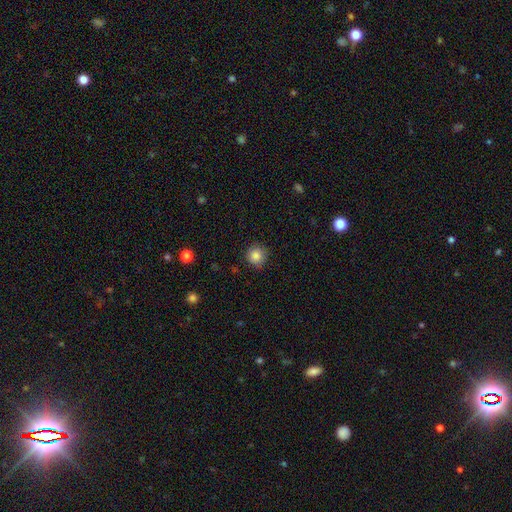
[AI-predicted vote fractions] Smooth or featured: smooth — 85% (star or artifact — 10%)
How rounded: round — 94% (in between — 6%)
Merging: none — 87% (minor disturbance — 10%)